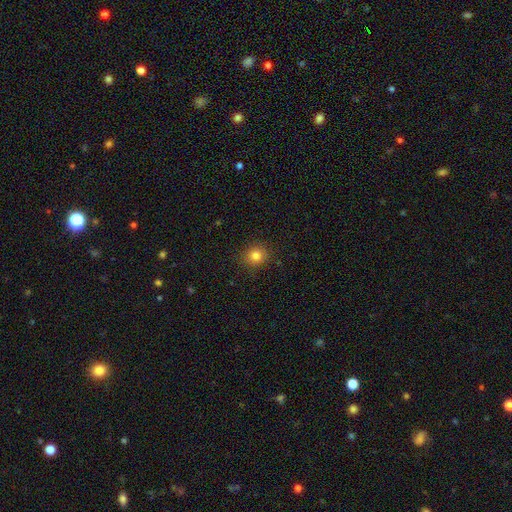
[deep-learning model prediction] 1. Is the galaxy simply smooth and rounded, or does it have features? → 82% smooth, 13% star or artifact, 5% featured or disk.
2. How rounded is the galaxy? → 85% round, 14% in between, 1% cigar-shaped.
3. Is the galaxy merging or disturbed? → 89% none, 8% minor disturbance, 2% major disturbance, 1% merger.